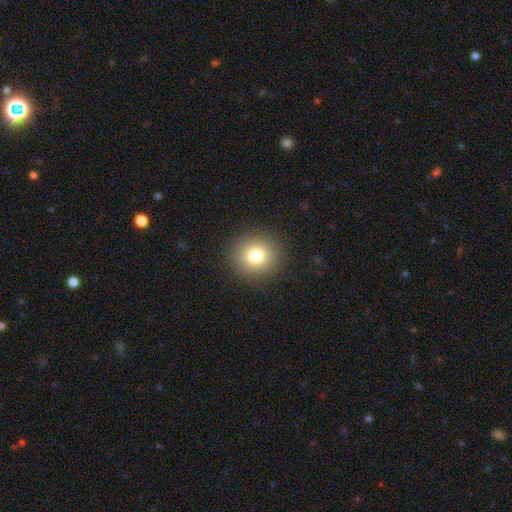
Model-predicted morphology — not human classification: This appears to be a smooth galaxy with no disk features (78%) that is round (91%). Merging: none (91%).